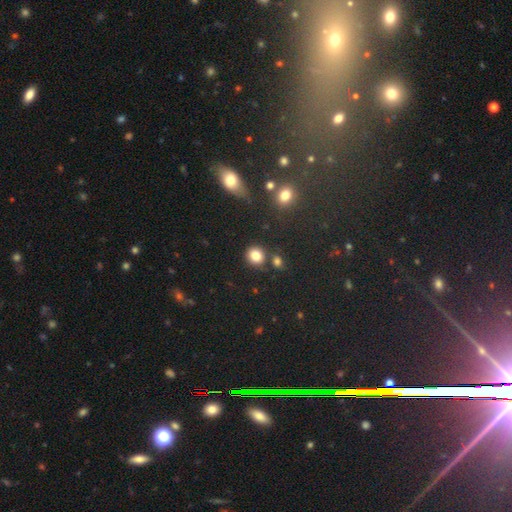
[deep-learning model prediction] The model was most divided on "how rounded": round: 82%, in between: 16%, cigar-shaped: 1%. More confident: smooth or featured — smooth (82%); merging — none (78%).